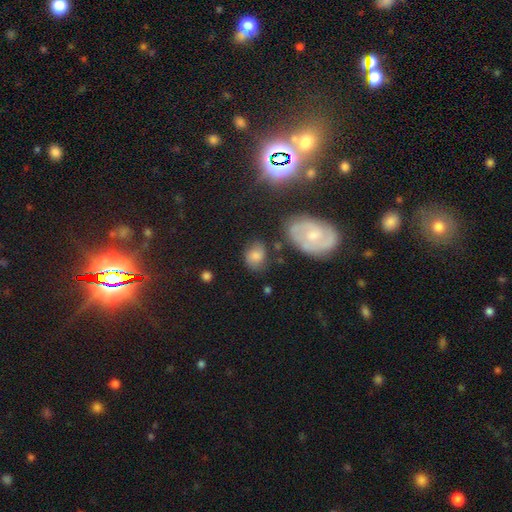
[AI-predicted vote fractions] Morphology: type=smooth (67%); roundness=in between (54%); merging=none (61%).